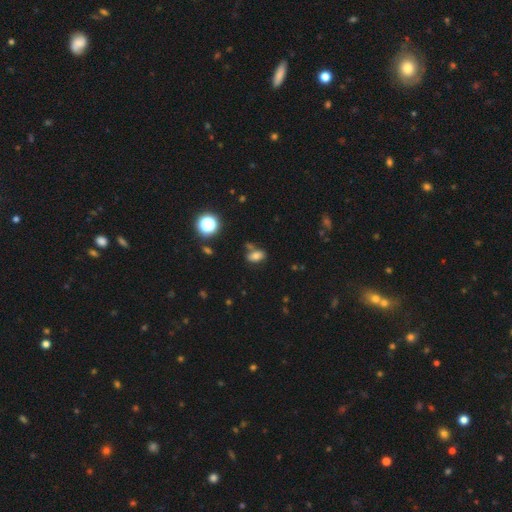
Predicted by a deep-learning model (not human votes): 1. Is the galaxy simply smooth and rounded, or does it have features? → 72% smooth, 17% star or artifact, 11% featured or disk.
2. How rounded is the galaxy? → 84% in between, 12% round, 4% cigar-shaped.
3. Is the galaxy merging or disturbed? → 67% none, 15% minor disturbance, 14% merger, 4% major disturbance.